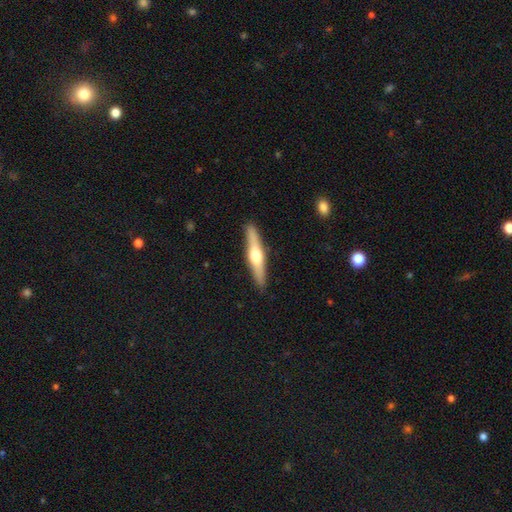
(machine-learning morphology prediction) Overall: featured or disk (57%; smooth 38%). Edge-on disk: yes (95%). Edge-on bulge: rounded (93%). Merging: none (90%).